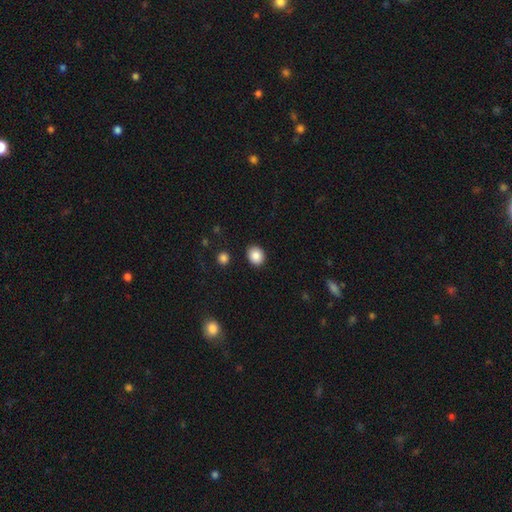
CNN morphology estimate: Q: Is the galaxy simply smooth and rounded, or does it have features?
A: smooth — 87%.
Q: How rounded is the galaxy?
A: round — 65%.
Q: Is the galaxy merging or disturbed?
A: none — 90%.